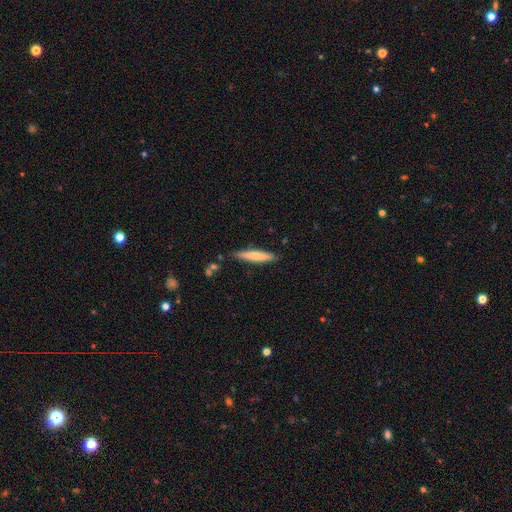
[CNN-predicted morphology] Smooth or featured? smooth (65%)
How rounded? cigar-shaped (90%)
Merging? none (86%)